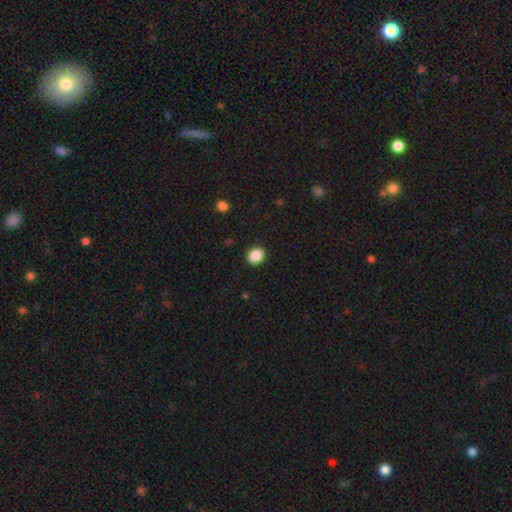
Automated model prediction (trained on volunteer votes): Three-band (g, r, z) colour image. It shows a smooth galaxy with no disk features (88%) that is in between round and cigar-shaped (51%). Merging: none (90%).